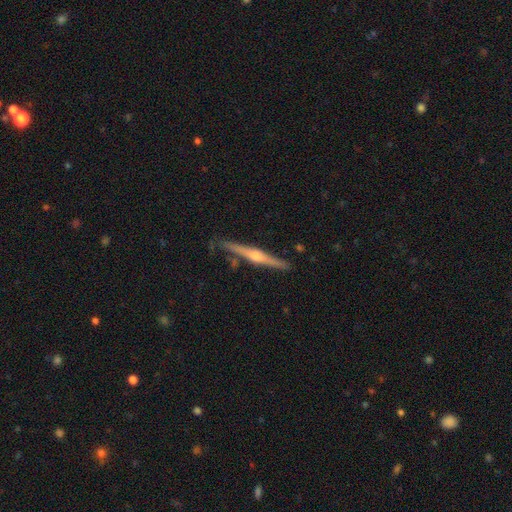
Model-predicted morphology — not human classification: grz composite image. It shows a featured or disk galaxy (81%) viewed edge-on (98%) with a rounded central bulge (89%). Merging: none (86%).